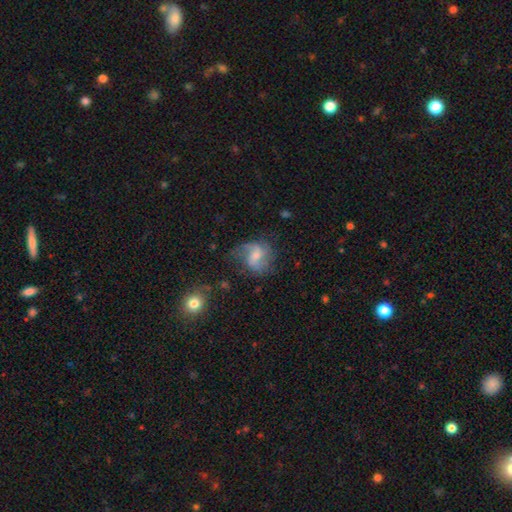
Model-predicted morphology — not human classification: Q: Smooth or featured?
A: featured or disk (64%); runner-up: smooth (27%)
Q: Edge-on disk?
A: no (97%); runner-up: yes (3%)
Q: Bar?
A: weak (47%); runner-up: no (42%)
Q: Spiral arms?
A: yes (87%); runner-up: no (13%)
Q: Spiral winding?
A: loose (50%); runner-up: medium (39%)
Q: Spiral arm count?
A: 2 (64%); runner-up: can't tell (14%)
Q: Bulge size?
A: small (44%); runner-up: moderate (38%)
Q: Merging?
A: none (53%); runner-up: minor disturbance (23%)